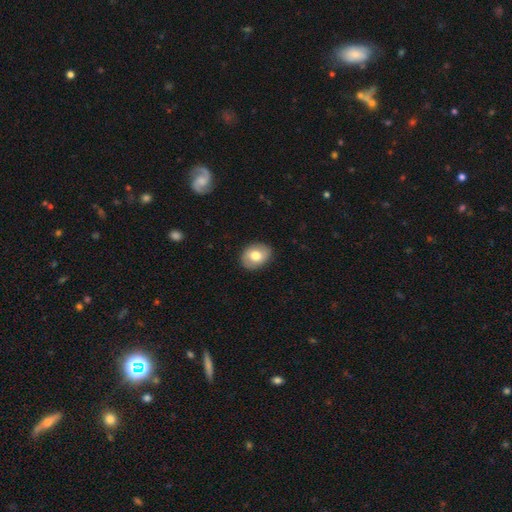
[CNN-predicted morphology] This appears to be a smooth galaxy with no disk features (69%) that is in between round and cigar-shaped (61%). Merging: none (86%).